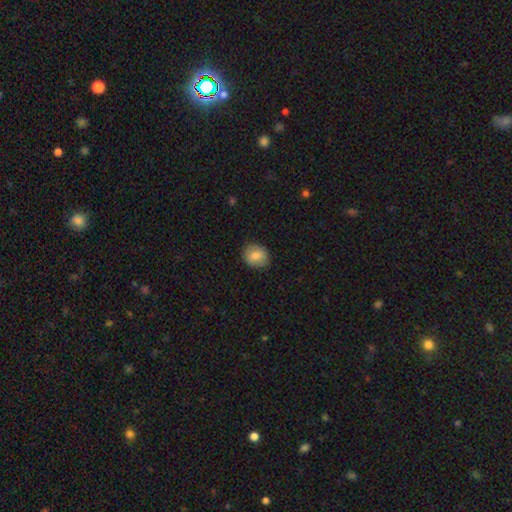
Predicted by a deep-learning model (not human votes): A smooth galaxy with no disk features (82%) that is round (65%).

Vote fractions:
- Smooth or featured? smooth: 82% / featured or disk: 10% / star or artifact: 8%
- How rounded? round: 65% / in between: 34% / cigar-shaped: 1%
- Merging? none: 85% / minor disturbance: 11% / major disturbance: 3% / merger: 1%